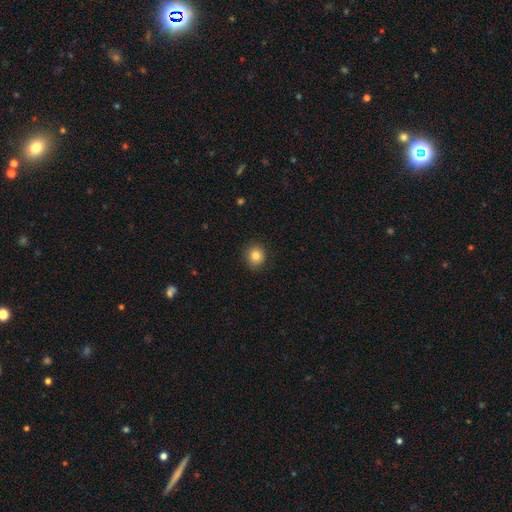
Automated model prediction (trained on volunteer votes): Q: Smooth or featured?
A: smooth (84%); runner-up: star or artifact (10%)
Q: How rounded?
A: round (87%); runner-up: in between (13%)
Q: Merging?
A: none (90%); runner-up: minor disturbance (7%)